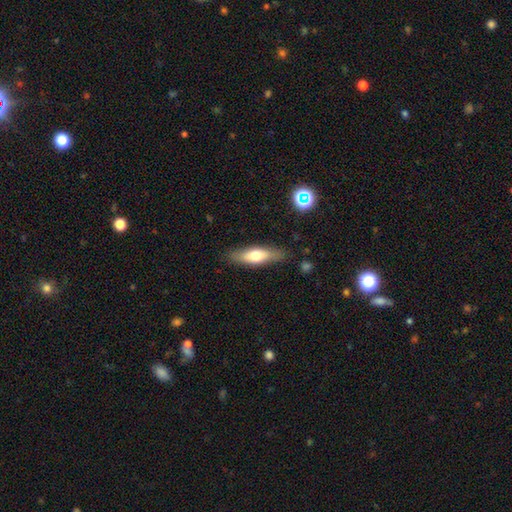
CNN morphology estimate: A smooth galaxy with no disk features (59%) that is cigar-shaped (54%). Merging: none (84%).